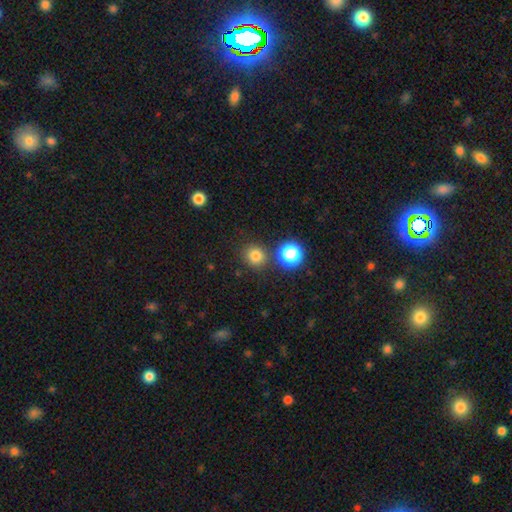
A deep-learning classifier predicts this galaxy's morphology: Overall: smooth (77%). How rounded: round (89%). Merging: none (82%).